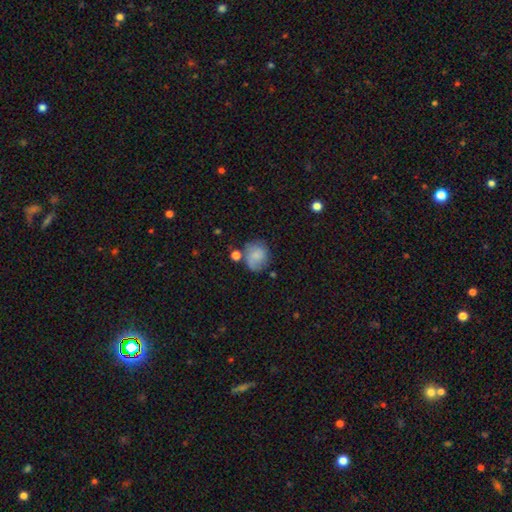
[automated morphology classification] A smooth galaxy with no disk features (72%) that is round (68%). Merging: none (53%).